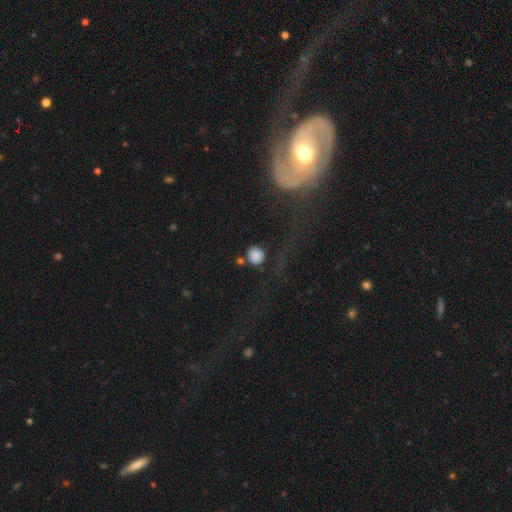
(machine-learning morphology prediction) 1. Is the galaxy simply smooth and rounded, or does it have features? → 82% smooth, 12% star or artifact, 6% featured or disk.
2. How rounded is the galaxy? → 93% round, 6% in between, 1% cigar-shaped.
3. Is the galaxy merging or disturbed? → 72% none, 11% minor disturbance, 9% merger, 8% major disturbance.